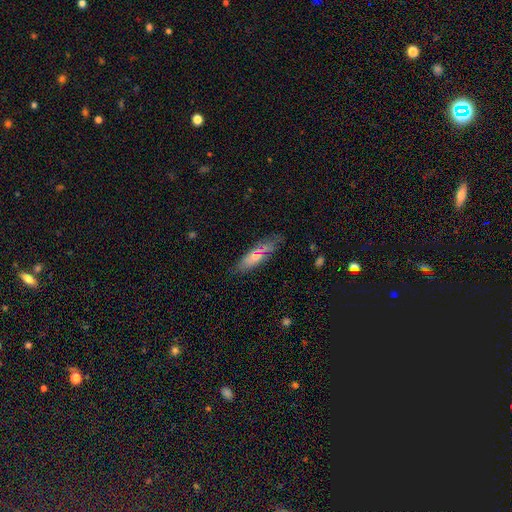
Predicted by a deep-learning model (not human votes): A smooth galaxy with no disk features (61%) that is in between round and cigar-shaped (52%). Merging: none (79%).